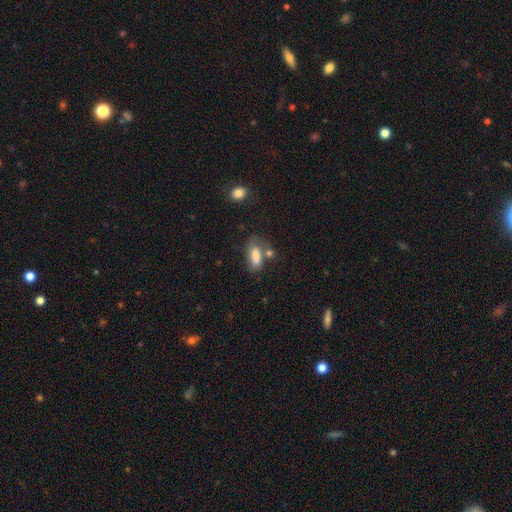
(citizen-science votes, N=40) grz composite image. It shows a smooth galaxy with no disk features (80%) that is in between round and cigar-shaped (81%). Merging: none (40%).